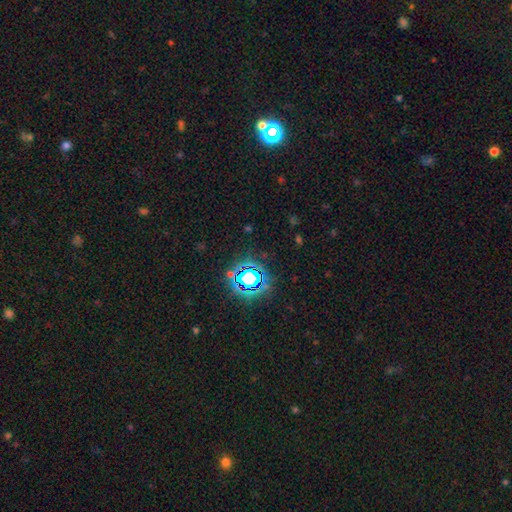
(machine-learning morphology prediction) This is likely a star or artifact rather than a galaxy (74%).